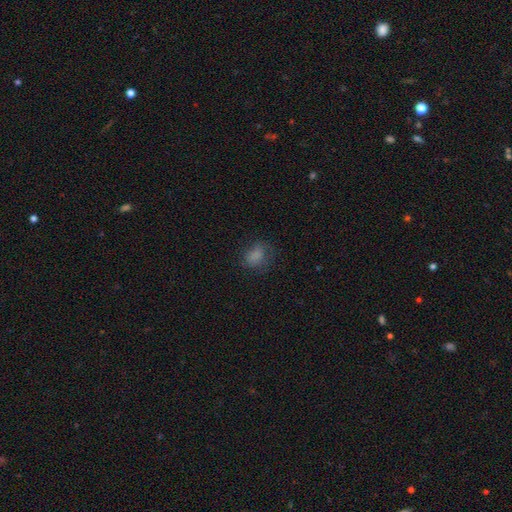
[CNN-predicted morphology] Smooth or featured?
  - smooth: 76% *
  - star or artifact: 13%
  - featured or disk: 11%
How rounded?
  - in between: 62% *
  - round: 36%
  - cigar-shaped: 2%
Merging?
  - none: 60% *
  - minor disturbance: 23%
  - major disturbance: 16%
  - merger: 2%